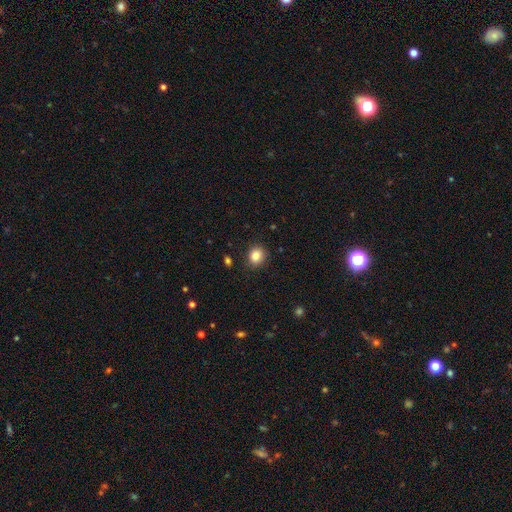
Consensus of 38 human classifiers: smooth-or-featured: smooth: 84% | featured or disk: 8% | star or artifact: 8%
  how-rounded: round: 91% | in between: 9% | cigar-shaped: 0%
  merging: none: 94% | minor disturbance: 6% | major disturbance: 0% | merger: 0%